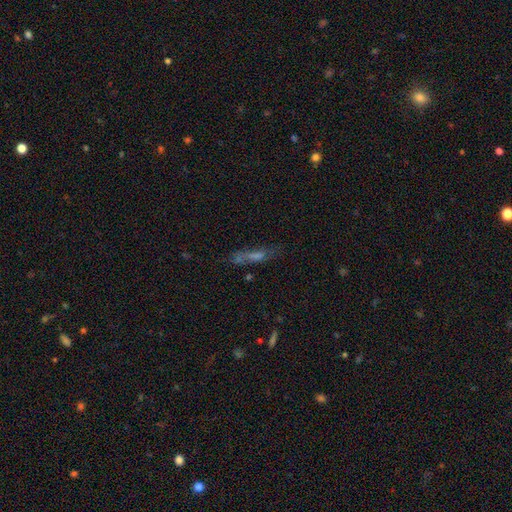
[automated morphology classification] The model was most divided on "smooth or featured": smooth: 41%, featured or disk: 35%, star or artifact: 24%. More confident: merging — none (55%).